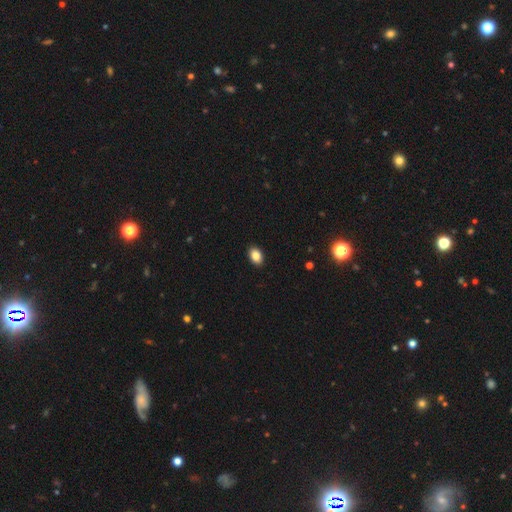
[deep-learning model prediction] The model was most divided on "how rounded": in between: 83%, round: 16%, cigar-shaped: 1%. More confident: merging — none (91%); smooth or featured — smooth (86%).